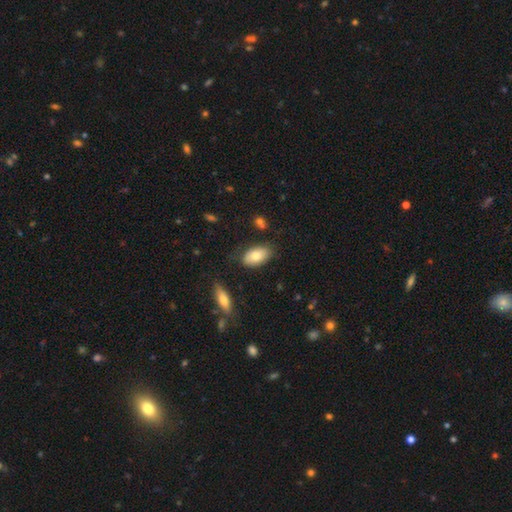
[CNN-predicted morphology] Smooth or featured? Predicted: smooth (p=0.77). How rounded? Predicted: in between (p=0.93). Merging? Predicted: none (p=0.77).